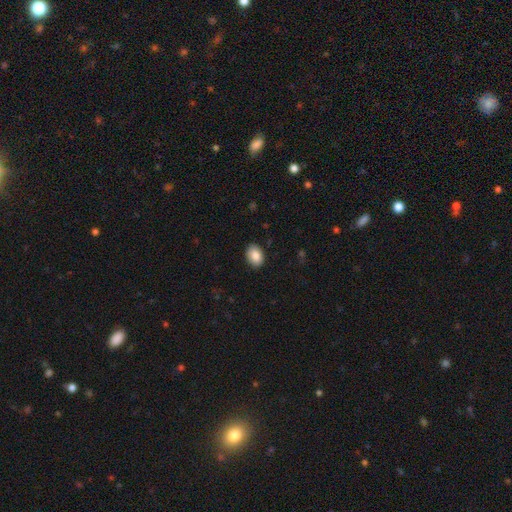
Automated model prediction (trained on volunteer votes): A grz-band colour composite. It shows a smooth galaxy with no disk features (86%) that is in between round and cigar-shaped (76%). Merging: none (89%).